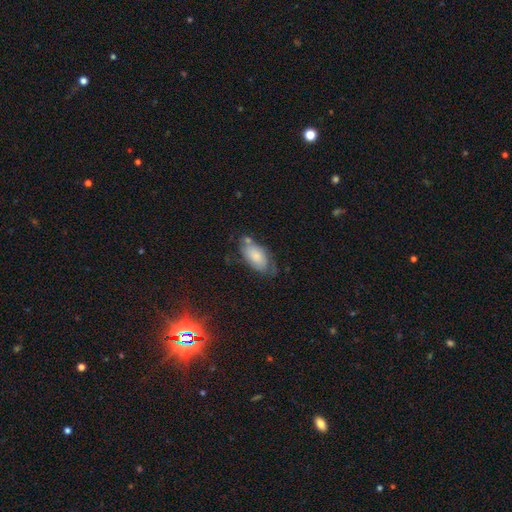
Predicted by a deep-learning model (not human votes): Overall: smooth (71%). How rounded: in between (91%). Merging: none (52%; minor disturbance 29%).